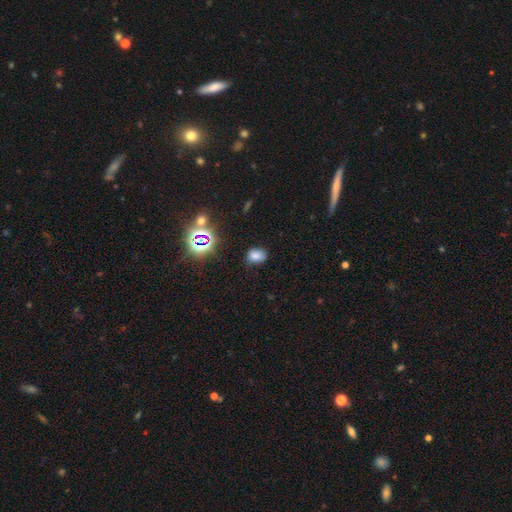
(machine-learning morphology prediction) Smooth or featured? Predicted: smooth (p=0.72). How rounded? Predicted: in between (p=0.68). Merging? Predicted: none (p=0.73).